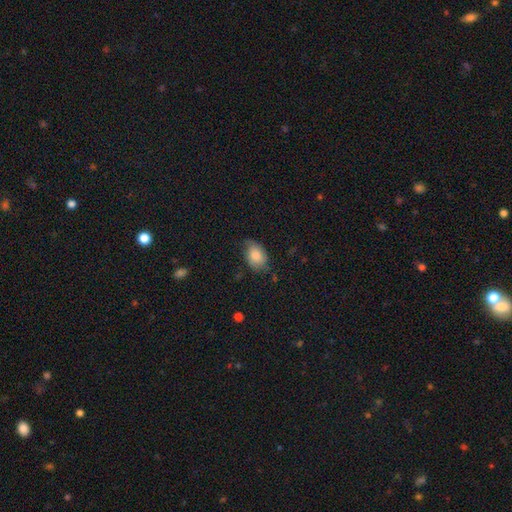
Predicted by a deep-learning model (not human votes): A smooth galaxy with no disk features (77%) that is in between round and cigar-shaped (85%).

Vote fractions:
- Smooth or featured? smooth: 77% / featured or disk: 15% / star or artifact: 7%
- How rounded? in between: 85% / round: 14% / cigar-shaped: 1%
- Merging? none: 60% / minor disturbance: 30% / major disturbance: 8% / merger: 2%